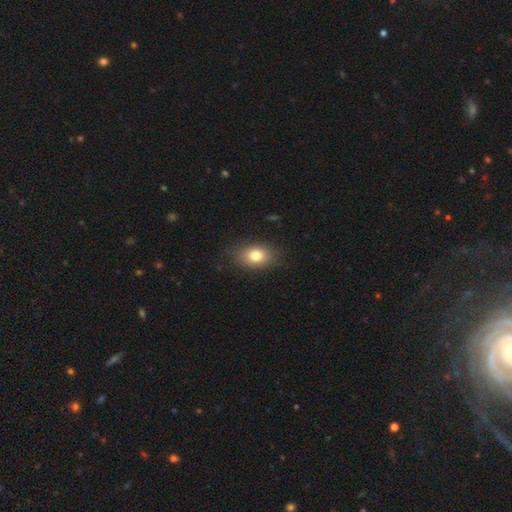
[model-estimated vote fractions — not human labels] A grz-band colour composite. It shows a smooth galaxy with no disk features (79%) that is in between round and cigar-shaped (79%). Merging: none (84%).